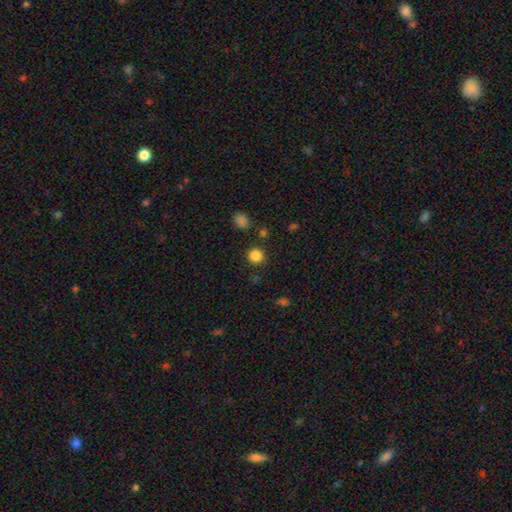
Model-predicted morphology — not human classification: smooth-or-featured: smooth: 85% | star or artifact: 12% | featured or disk: 4%
  how-rounded: round: 88% | in between: 11% | cigar-shaped: 1%
  merging: none: 87% | minor disturbance: 7% | merger: 3% | major disturbance: 3%